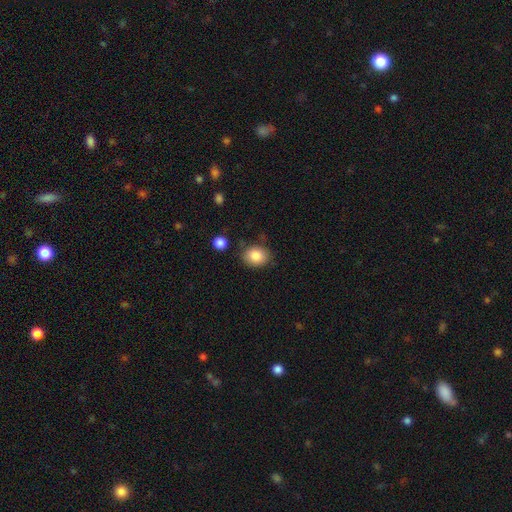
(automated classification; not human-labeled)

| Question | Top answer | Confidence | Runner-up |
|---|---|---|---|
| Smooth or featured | smooth | 85% | star or artifact (9%) |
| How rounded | round | 51% | in between (48%) |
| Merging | none | 79% | minor disturbance (14%) |